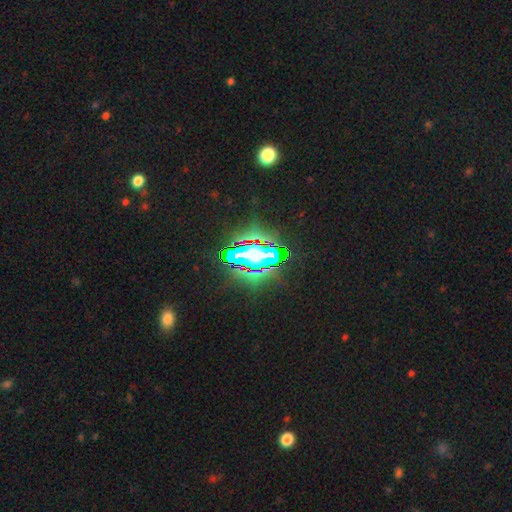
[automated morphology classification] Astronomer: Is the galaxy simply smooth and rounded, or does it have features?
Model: star or artifact — 69%.